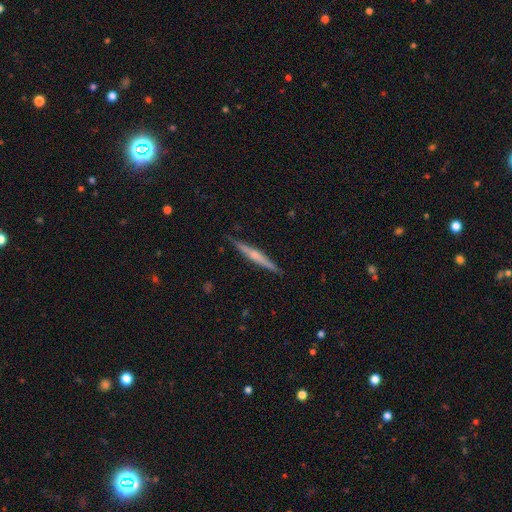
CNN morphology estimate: Smooth or featured?
  - featured or disk: 62% *
  - smooth: 33%
  - star or artifact: 6%
Edge-on disk?
  - yes: 98% *
  - no: 2%
Edge-on bulge?
  - rounded: 60% *
  - none: 29%
  - boxy: 11%
Merging?
  - none: 90% *
  - minor disturbance: 8%
  - major disturbance: 1%
  - merger: 1%